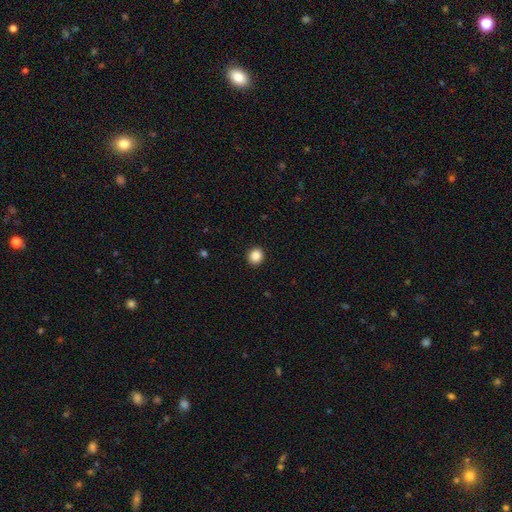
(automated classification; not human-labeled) The model was most divided on "how rounded": round: 84%, in between: 15%, cigar-shaped: 1%. More confident: merging — none (93%); smooth or featured — smooth (88%).